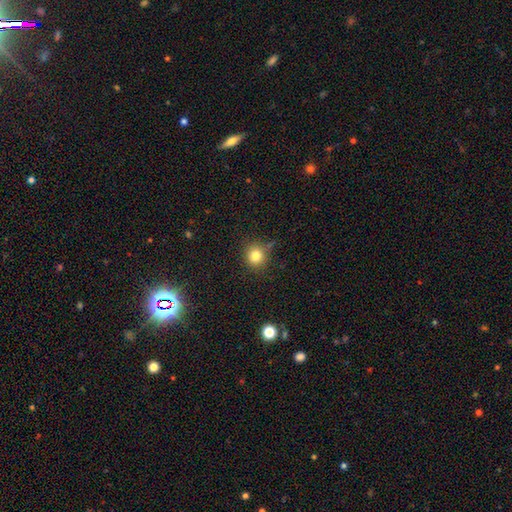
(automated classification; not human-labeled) smooth 81%, star or artifact 13%, featured or disk 6%. Down the decision tree: how rounded — round (90%); merging — none (81%).